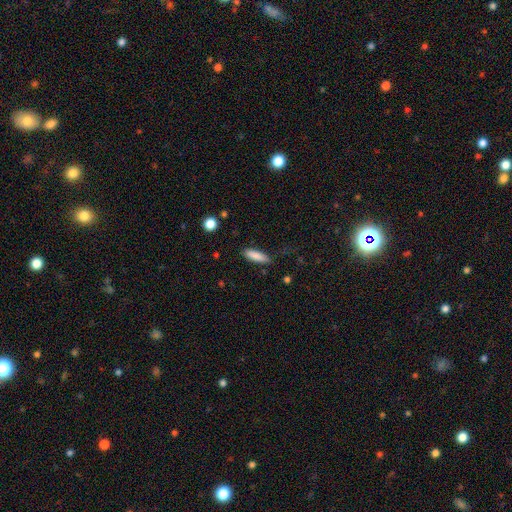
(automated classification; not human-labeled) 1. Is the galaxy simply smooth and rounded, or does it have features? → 85% smooth, 8% featured or disk, 7% star or artifact.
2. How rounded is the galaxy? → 59% cigar-shaped, 39% in between, 2% round.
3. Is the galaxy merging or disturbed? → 80% none, 15% minor disturbance, 4% major disturbance, 2% merger.